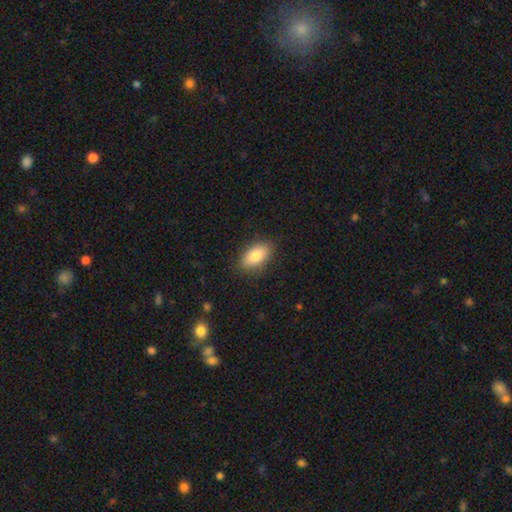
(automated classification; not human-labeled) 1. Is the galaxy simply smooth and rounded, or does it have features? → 83% smooth, 10% featured or disk, 7% star or artifact.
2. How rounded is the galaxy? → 91% in between, 5% round, 4% cigar-shaped.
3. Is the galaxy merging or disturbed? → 86% none, 11% minor disturbance, 3% major disturbance, 1% merger.